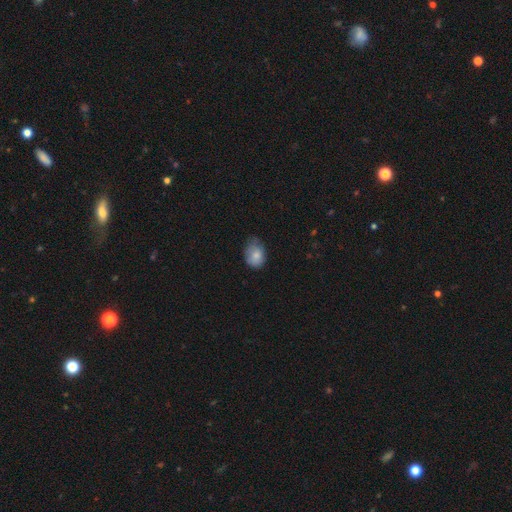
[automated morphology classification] type=smooth (81%); roundness=in between (73%); merging=none (47%).